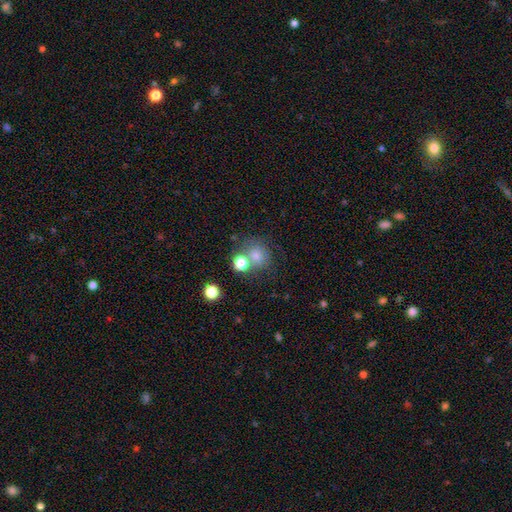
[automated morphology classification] Smooth or featured: smooth — 69% (star or artifact — 19%)
How rounded: round — 80% (in between — 19%)
Merging: none — 58% (merger — 24%)